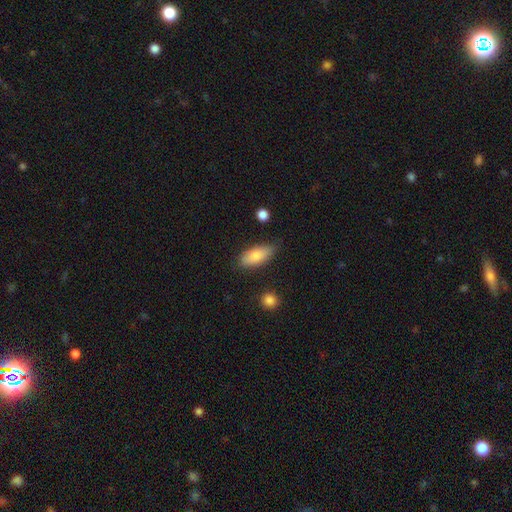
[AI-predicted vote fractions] Q: Smooth or featured?
A: smooth (82%); runner-up: featured or disk (12%)
Q: How rounded?
A: in between (83%); runner-up: cigar-shaped (14%)
Q: Merging?
A: none (78%); runner-up: minor disturbance (17%)